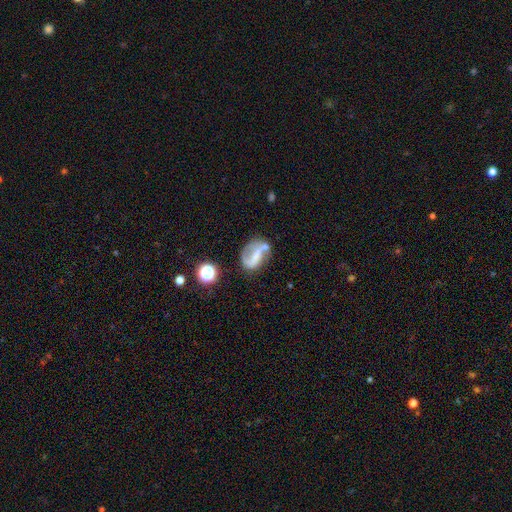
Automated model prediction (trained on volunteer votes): Smooth or featured? featured or disk (59%)
Edge-on disk? no (96%)
Bar? strong (35%)
Spiral arms? yes (69%)
Bulge size? none (51%)
Merging? none (44%)